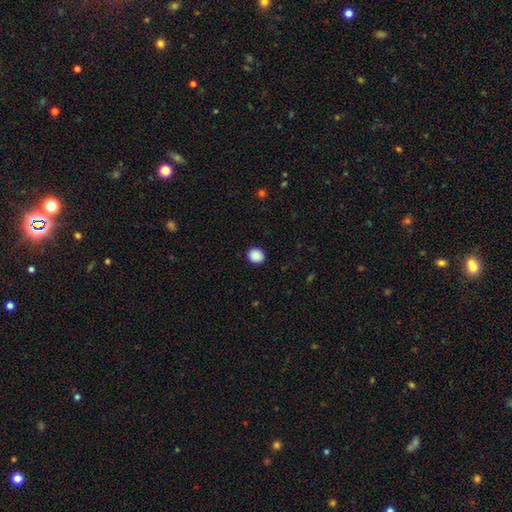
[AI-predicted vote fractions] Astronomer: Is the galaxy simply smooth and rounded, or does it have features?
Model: smooth — 90%.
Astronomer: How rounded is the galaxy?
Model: round — 66%.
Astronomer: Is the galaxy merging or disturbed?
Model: none — 91%.